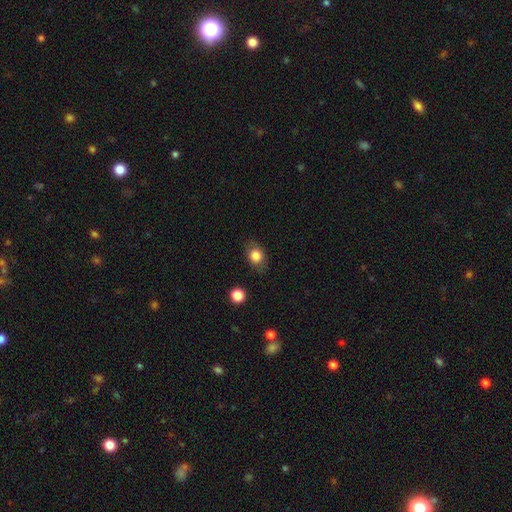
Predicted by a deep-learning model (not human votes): Smooth or featured? Predicted: smooth (p=0.81). How rounded? Predicted: in between (p=0.59). Merging? Predicted: none (p=0.80).